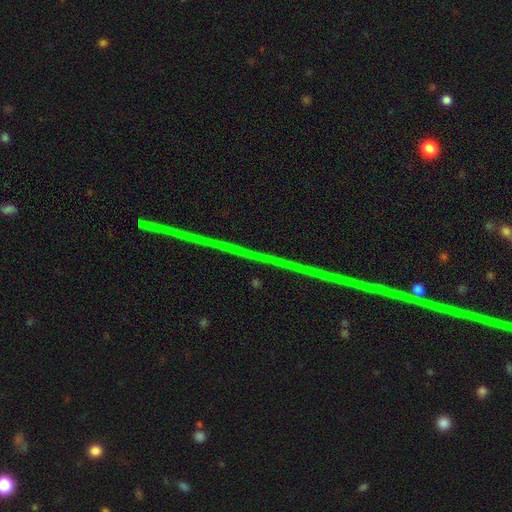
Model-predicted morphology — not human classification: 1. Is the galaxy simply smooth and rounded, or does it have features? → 88% star or artifact, 7% featured or disk, 5% smooth.